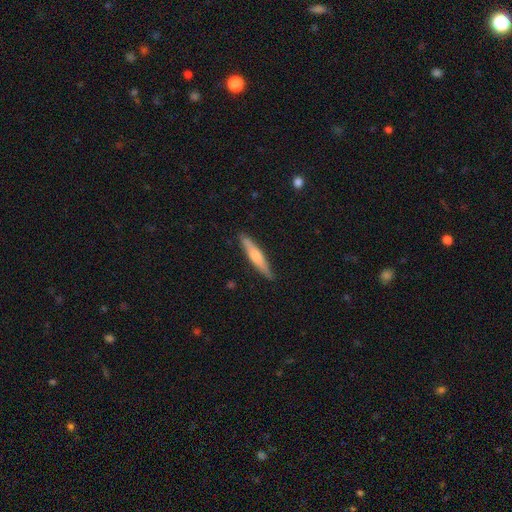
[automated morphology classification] smooth_or_featured: smooth (p=0.58) [alt: featured or disk p=0.37]
how_rounded: cigar-shaped (p=0.90) [alt: in between p=0.08]
merging: none (p=0.87) [alt: minor disturbance p=0.10]